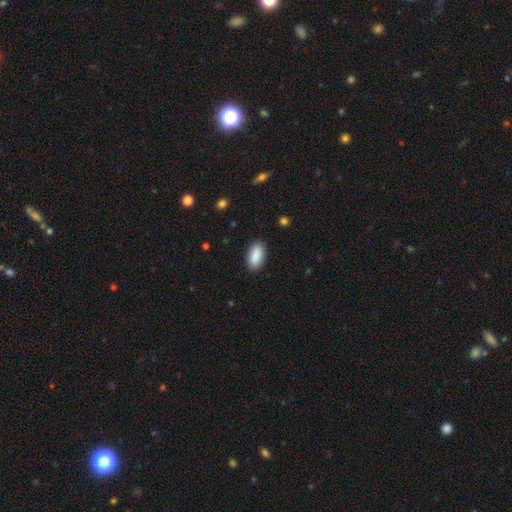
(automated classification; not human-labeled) This is clearly a smooth galaxy (90%). How rounded: clearly in between (93%). Merging: clearly none (88%).